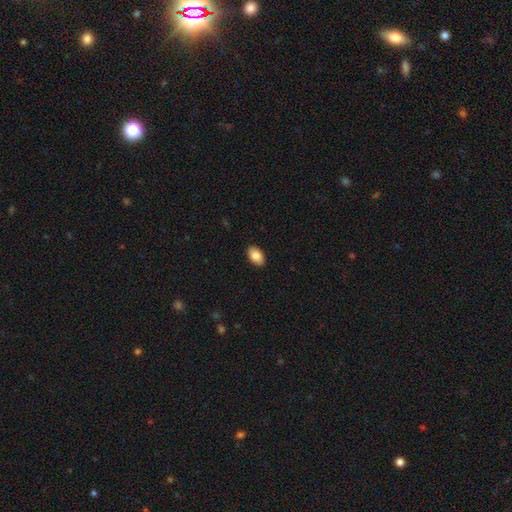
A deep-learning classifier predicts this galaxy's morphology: Smooth or featured? Predicted: smooth (p=0.87). How rounded? Predicted: in between (p=0.92). Merging? Predicted: none (p=0.90).